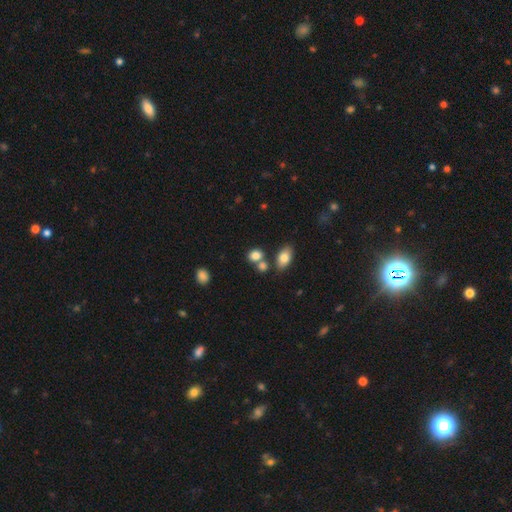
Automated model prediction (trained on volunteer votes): A smooth galaxy with no disk features (82%) that is round (51%). Merging: none (56%).